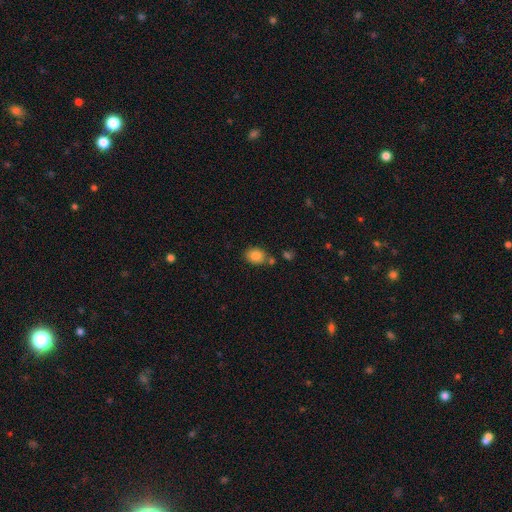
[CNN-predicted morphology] smooth_or_featured: smooth (p=0.85) [alt: star or artifact p=0.09]
how_rounded: in between (p=0.59) [alt: round p=0.40]
merging: none (p=0.71) [alt: minor disturbance p=0.14]